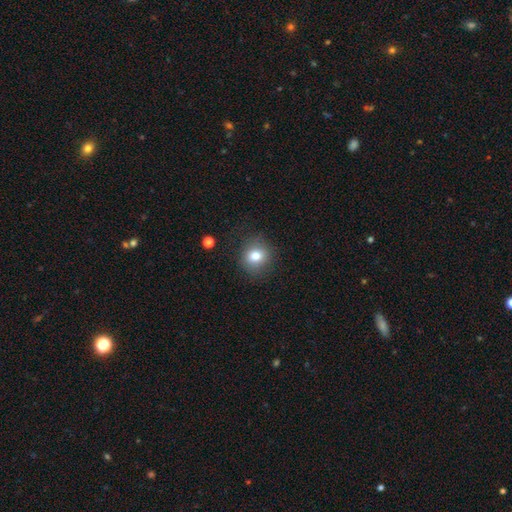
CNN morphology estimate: This is likely a smooth galaxy (78%). How rounded: clearly round (81%). Merging: clearly none (84%).